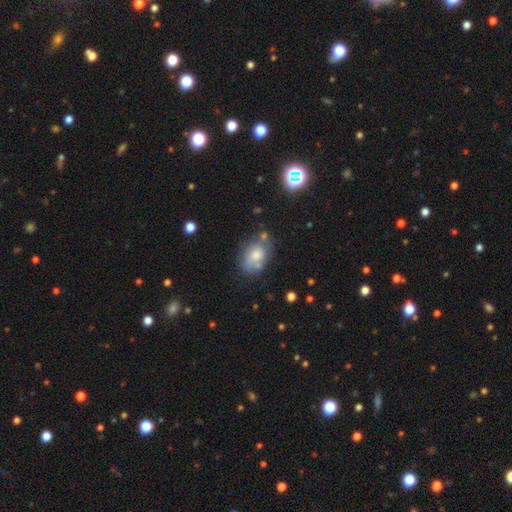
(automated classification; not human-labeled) Smooth or featured? smooth (71%)
How rounded? in between (79%)
Merging? none (54%)